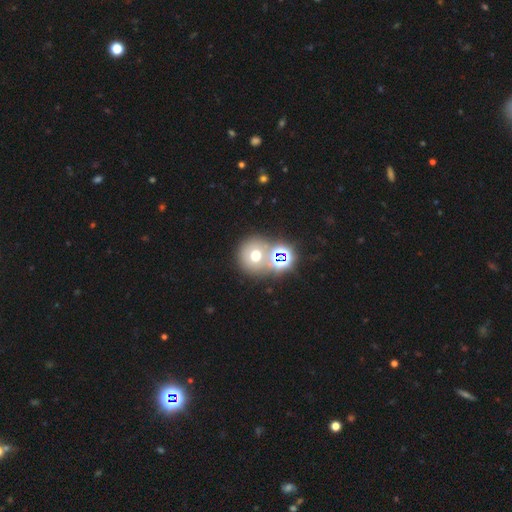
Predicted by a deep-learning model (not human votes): Morphology: type=smooth (52%); roundness=round (89%); merging=none (61%).